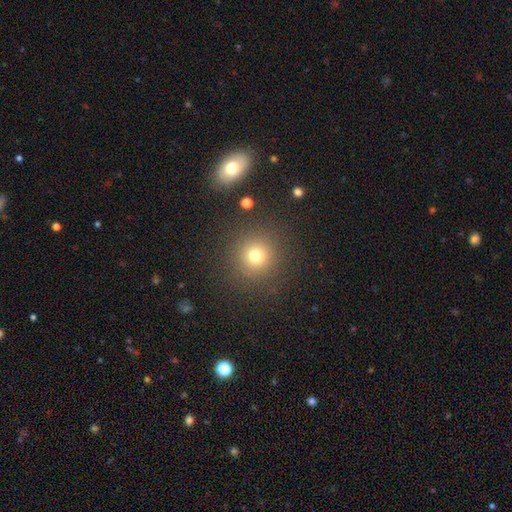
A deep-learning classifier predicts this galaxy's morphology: This is likely a smooth galaxy (74%). How rounded: clearly round (94%). Merging: clearly none (88%).